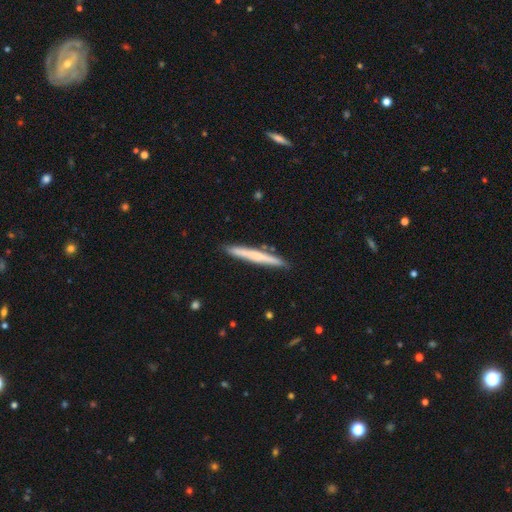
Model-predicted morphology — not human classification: A smooth galaxy with no disk features (56%) that is cigar-shaped (97%). Merging: none (89%).